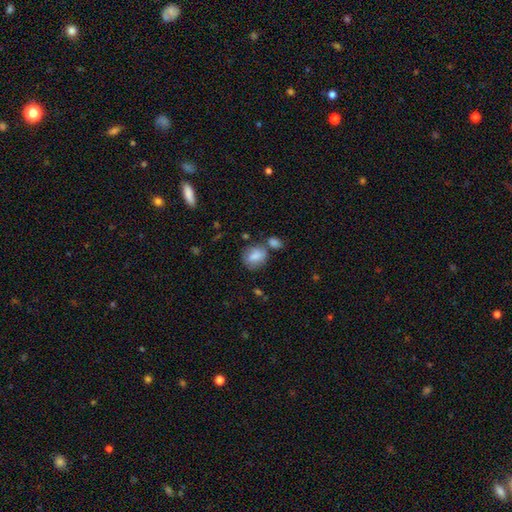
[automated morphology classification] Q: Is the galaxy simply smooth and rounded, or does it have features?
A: smooth — 82%.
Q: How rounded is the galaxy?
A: round — 52%.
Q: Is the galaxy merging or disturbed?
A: none — 53%.